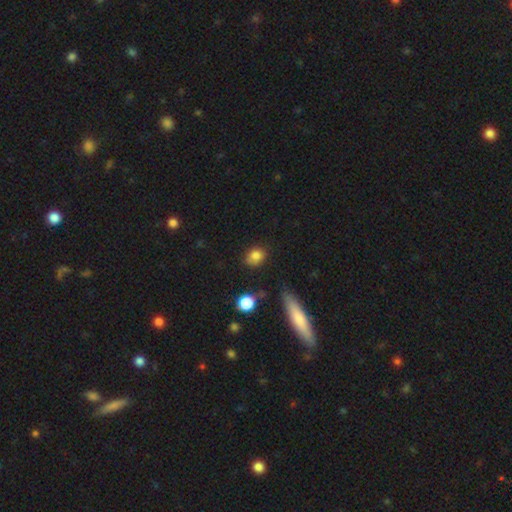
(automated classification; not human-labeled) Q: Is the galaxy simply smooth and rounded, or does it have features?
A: smooth — 80%.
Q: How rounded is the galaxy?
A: round — 55%.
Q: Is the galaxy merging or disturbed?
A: none — 71%.